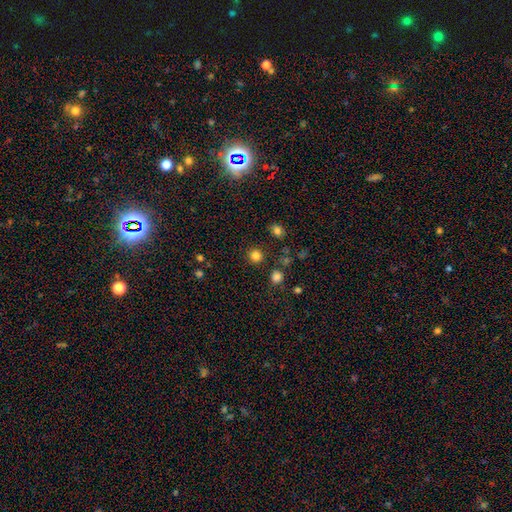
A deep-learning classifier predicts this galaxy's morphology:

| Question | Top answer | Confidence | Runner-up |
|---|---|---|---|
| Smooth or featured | smooth | 82% | star or artifact (13%) |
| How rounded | round | 91% | in between (8%) |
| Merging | none | 87% | minor disturbance (6%) |